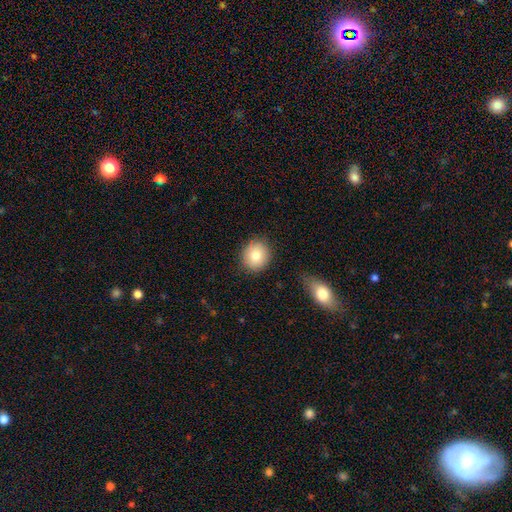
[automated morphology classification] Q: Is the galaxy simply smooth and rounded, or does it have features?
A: smooth — 82%.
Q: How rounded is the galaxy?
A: round — 85%.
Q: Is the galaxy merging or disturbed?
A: none — 86%.